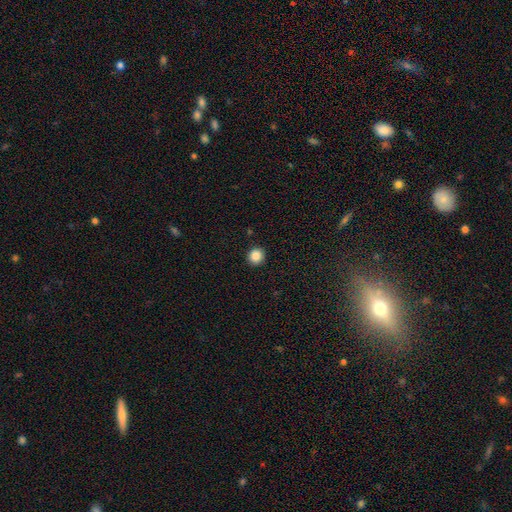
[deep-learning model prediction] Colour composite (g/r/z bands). It shows a smooth galaxy with no disk features (86%) that is round (90%). Merging: none (92%).